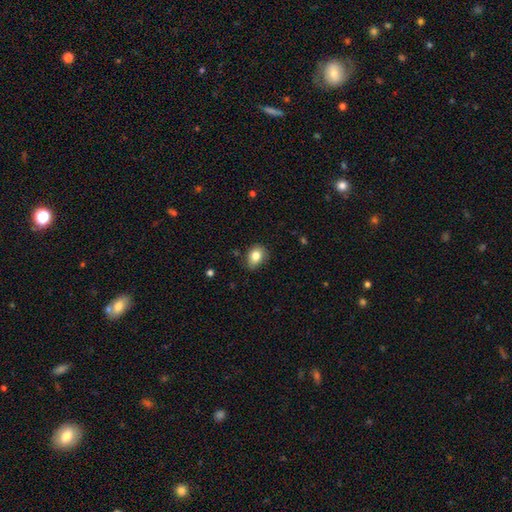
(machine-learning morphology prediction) type=smooth (82%); roundness=in between (65%); merging=none (75%).